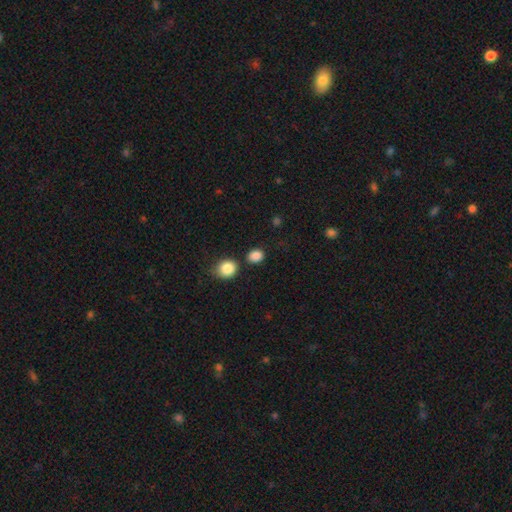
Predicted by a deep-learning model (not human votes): A smooth galaxy with no disk features (86%) that is round (51%). Merging: none (75%).